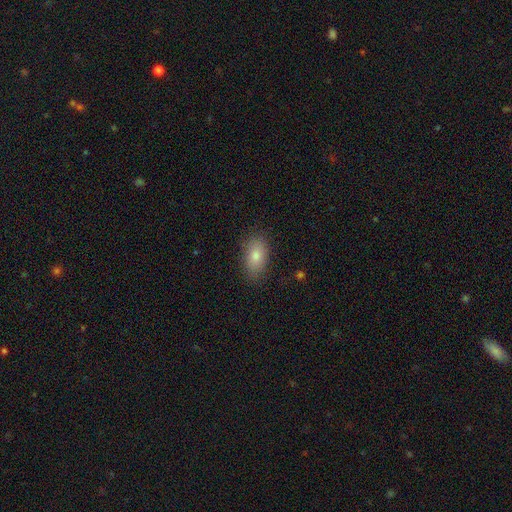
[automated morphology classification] Smooth or featured?
  - smooth: 80% *
  - featured or disk: 11%
  - star or artifact: 9%
How rounded?
  - in between: 90% *
  - round: 6%
  - cigar-shaped: 4%
Merging?
  - none: 83% *
  - minor disturbance: 13%
  - major disturbance: 3%
  - merger: 1%